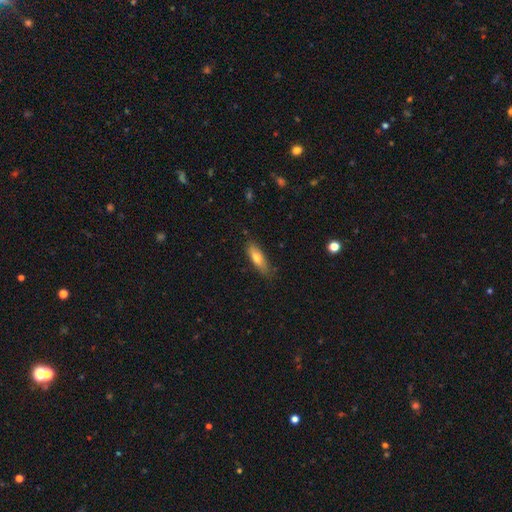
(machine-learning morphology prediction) Smooth or featured?
  - smooth: 69% *
  - featured or disk: 24%
  - star or artifact: 7%
How rounded?
  - cigar-shaped: 52% *
  - in between: 46%
  - round: 2%
Merging?
  - none: 78% *
  - minor disturbance: 17%
  - major disturbance: 3%
  - merger: 1%